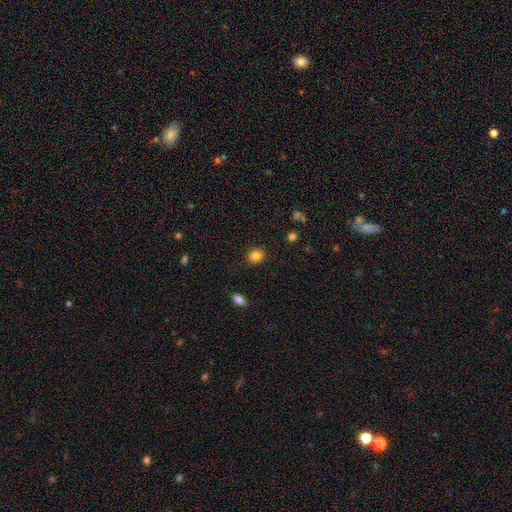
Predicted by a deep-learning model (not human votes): Smooth or featured: smooth — 85% (star or artifact — 10%)
How rounded: round — 59% (in between — 40%)
Merging: none — 89% (minor disturbance — 8%)